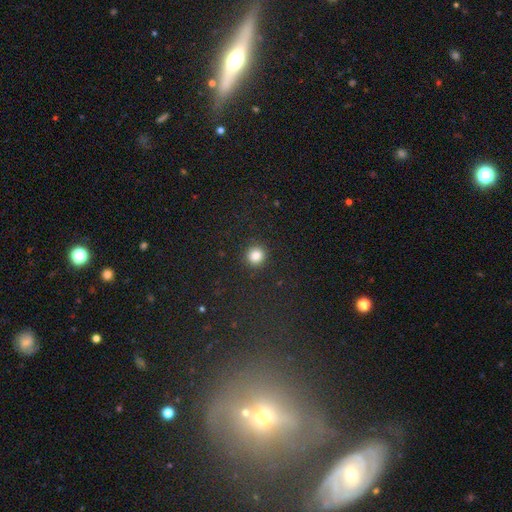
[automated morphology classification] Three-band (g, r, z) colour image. It shows a smooth galaxy with no disk features (85%) that is round (92%). Merging: none (91%).